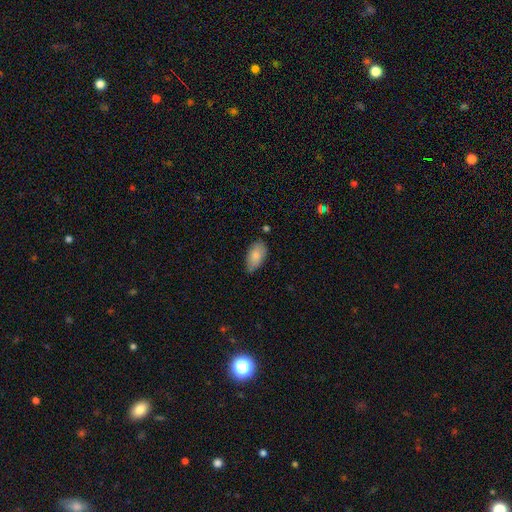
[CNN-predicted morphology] Q: Smooth or featured?
A: smooth (82%); runner-up: featured or disk (11%)
Q: How rounded?
A: in between (94%); runner-up: round (4%)
Q: Merging?
A: none (66%); runner-up: minor disturbance (27%)